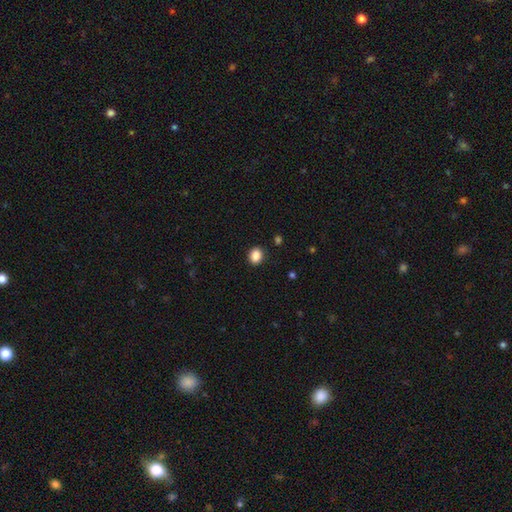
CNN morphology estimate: This appears to be a smooth galaxy with no disk features (88%) that is round (53%). Merging: none (88%).